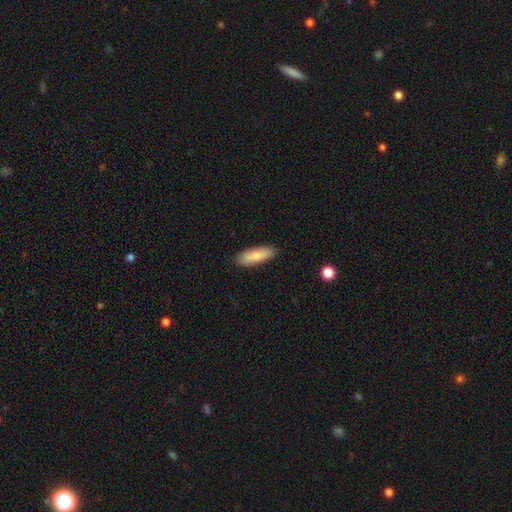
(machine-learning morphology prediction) Smooth or featured: smooth — 83% (featured or disk — 11%)
How rounded: in between — 58% (cigar-shaped — 40%)
Merging: none — 87% (minor disturbance — 10%)